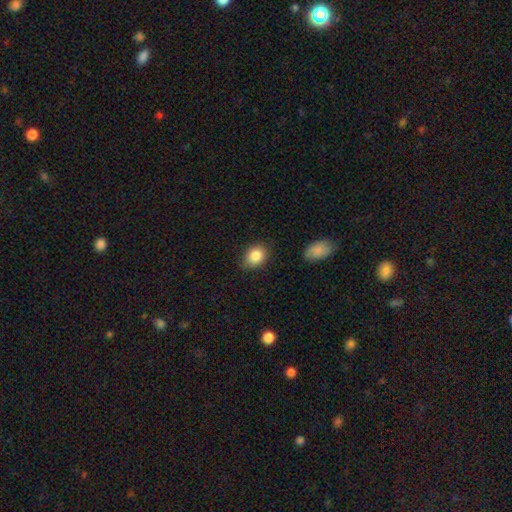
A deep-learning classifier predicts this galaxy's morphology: Smooth or featured: smooth — 85% (star or artifact — 9%)
How rounded: round — 51% (in between — 48%)
Merging: none — 77% (minor disturbance — 18%)